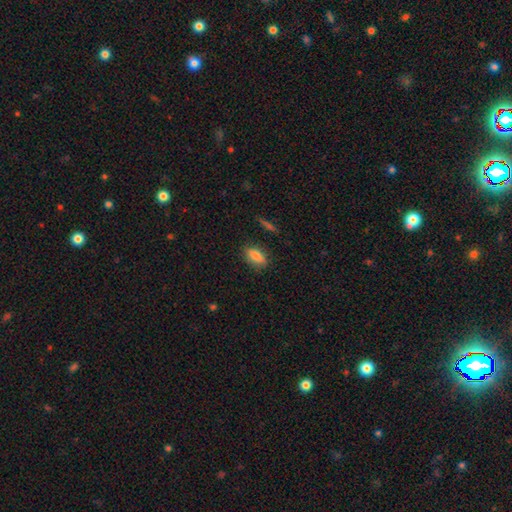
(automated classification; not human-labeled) Smooth or featured?
  - smooth: 80% *
  - featured or disk: 11%
  - star or artifact: 9%
How rounded?
  - in between: 78% *
  - cigar-shaped: 17%
  - round: 5%
Merging?
  - none: 83% *
  - minor disturbance: 13%
  - major disturbance: 3%
  - merger: 2%